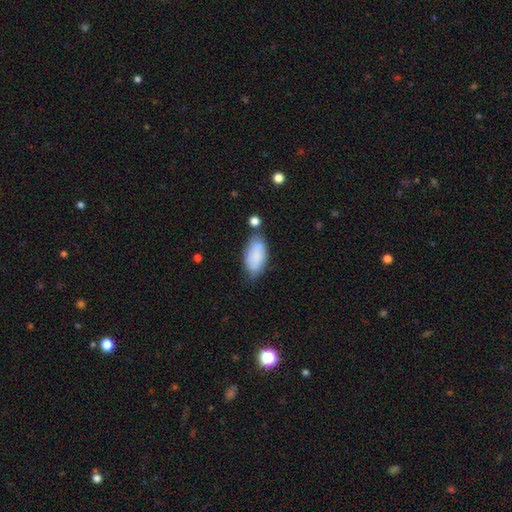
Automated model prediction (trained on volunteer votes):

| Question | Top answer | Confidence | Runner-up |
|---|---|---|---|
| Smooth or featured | smooth | 83% | featured or disk (11%) |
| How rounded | in between | 93% | cigar-shaped (5%) |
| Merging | none | 63% | minor disturbance (23%) |